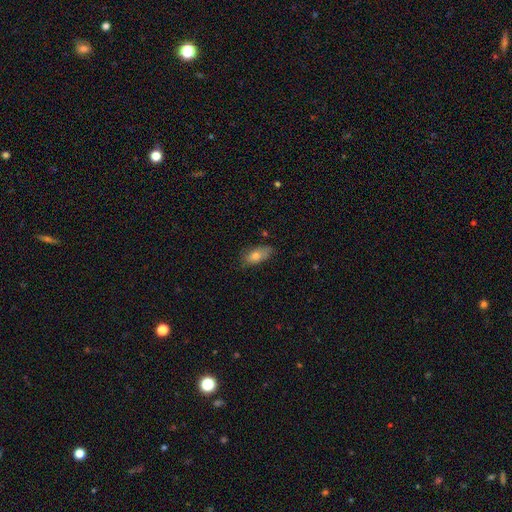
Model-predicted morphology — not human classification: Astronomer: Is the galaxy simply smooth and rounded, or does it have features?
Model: smooth — 72%.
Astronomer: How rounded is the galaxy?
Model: in between — 84%.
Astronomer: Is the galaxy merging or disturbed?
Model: none — 72%.